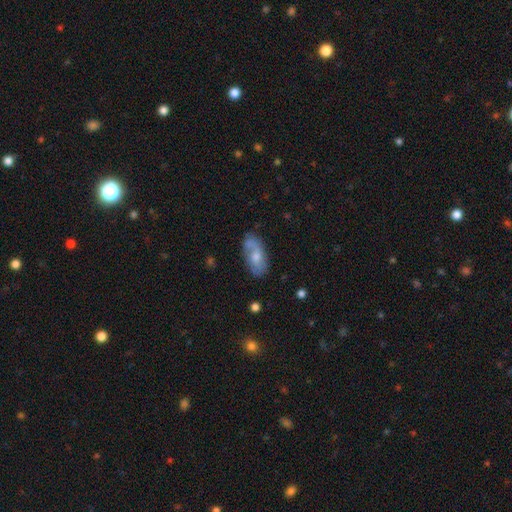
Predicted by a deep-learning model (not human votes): A smooth galaxy with no disk features (49%). Merging: none (61%).